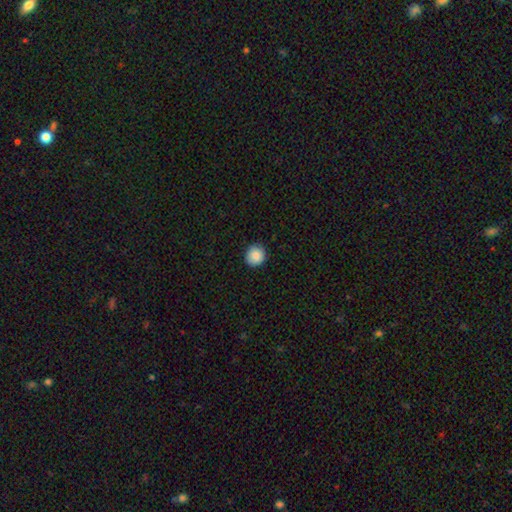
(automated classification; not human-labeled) Smooth or featured: smooth — 87% (star or artifact — 8%)
How rounded: round — 91% (in between — 8%)
Merging: none — 88% (minor disturbance — 9%)